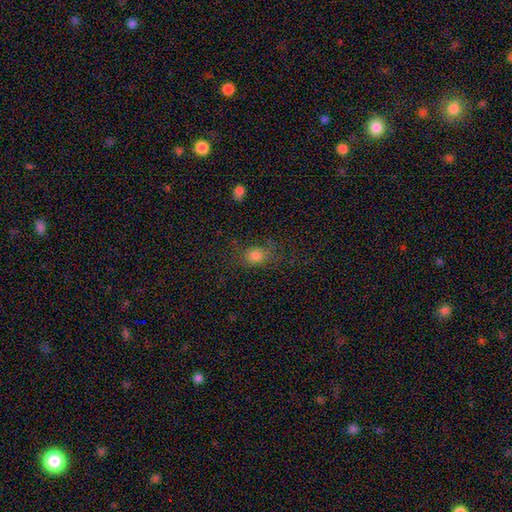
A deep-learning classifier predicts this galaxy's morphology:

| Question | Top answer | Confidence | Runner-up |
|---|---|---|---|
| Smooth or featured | smooth | 77% | star or artifact (15%) |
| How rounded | round | 55% | in between (43%) |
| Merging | none | 67% | minor disturbance (19%) |